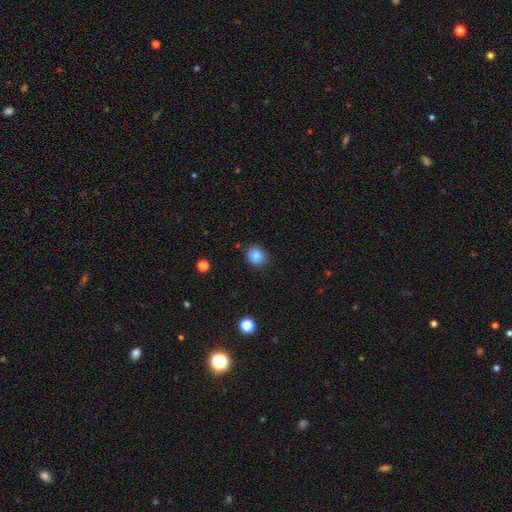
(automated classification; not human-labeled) This is clearly a smooth galaxy (83%). How rounded: likely round (77%). Merging: clearly none (89%).